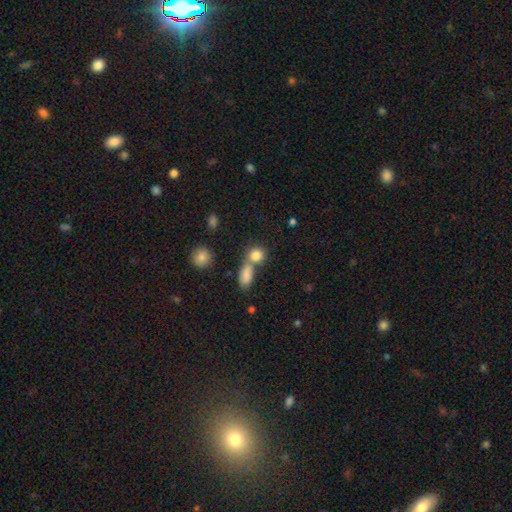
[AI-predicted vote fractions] This appears to be a smooth galaxy with no disk features (83%) that is round (70%). Merging: none (48%).